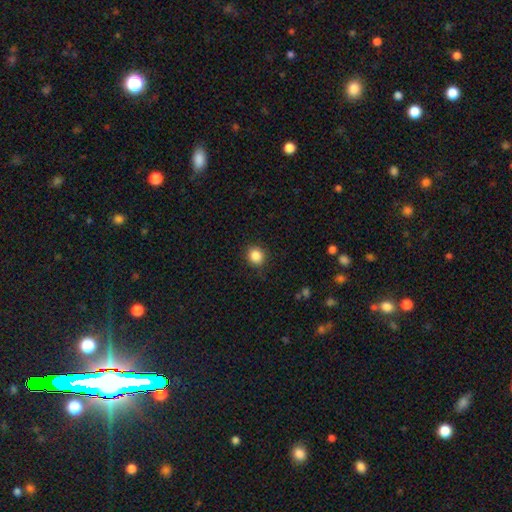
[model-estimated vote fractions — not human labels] A smooth galaxy with no disk features (87%) that is round (87%).

Vote fractions:
- Smooth or featured? smooth: 87% / star or artifact: 10% / featured or disk: 3%
- How rounded? round: 87% / in between: 12% / cigar-shaped: 1%
- Merging? none: 89% / minor disturbance: 8% / major disturbance: 2% / merger: 1%